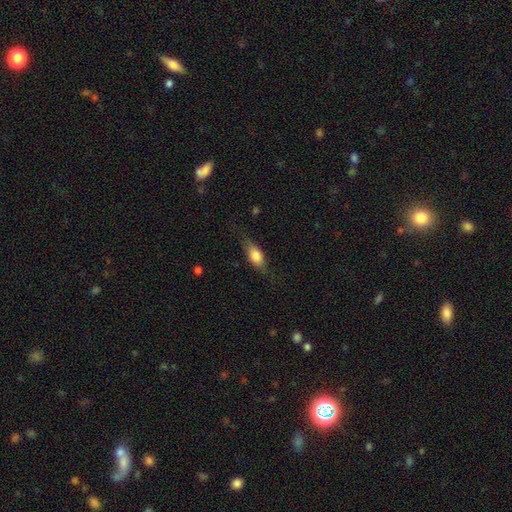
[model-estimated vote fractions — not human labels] Overall: smooth (68%). How rounded: in between (74%). Merging: none (70%).